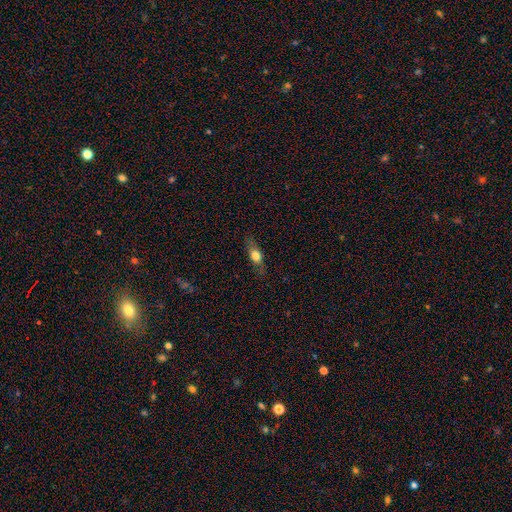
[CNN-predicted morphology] smooth_or_featured: smooth (p=0.64) [alt: featured or disk p=0.27]
how_rounded: in between (p=0.58) [alt: cigar-shaped p=0.31]
merging: none (p=0.77) [alt: minor disturbance p=0.17]